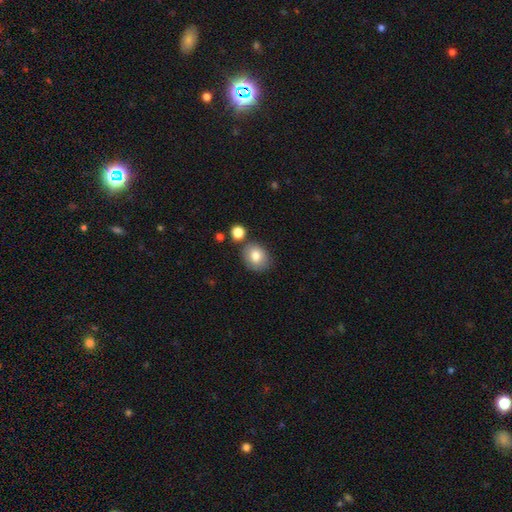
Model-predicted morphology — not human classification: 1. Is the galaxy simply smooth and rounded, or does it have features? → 80% smooth, 11% featured or disk, 9% star or artifact.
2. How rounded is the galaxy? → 56% round, 43% in between, 1% cigar-shaped.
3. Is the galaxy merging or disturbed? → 73% none, 15% minor disturbance, 9% merger, 4% major disturbance.